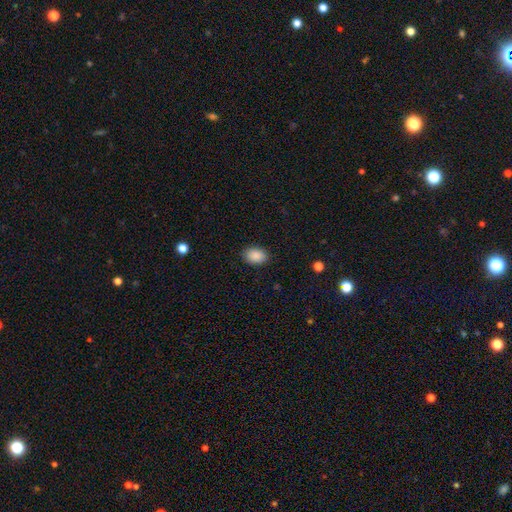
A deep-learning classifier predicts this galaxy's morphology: type=smooth (89%); roundness=in between (82%); merging=none (88%).